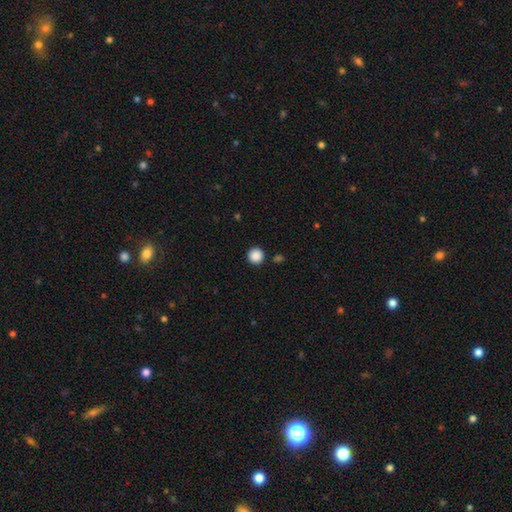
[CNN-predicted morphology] This appears to be a smooth galaxy with no disk features (88%) that is round (96%). Merging: none (91%).